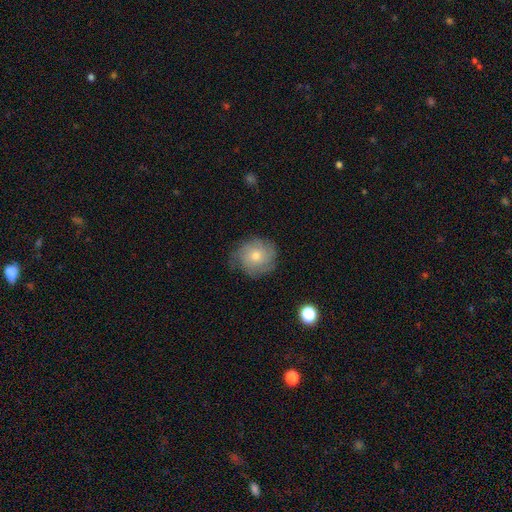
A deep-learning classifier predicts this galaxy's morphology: smooth_or_featured: featured or disk (p=0.50) [alt: smooth p=0.39]
merging: none (p=0.74) [alt: minor disturbance p=0.19]